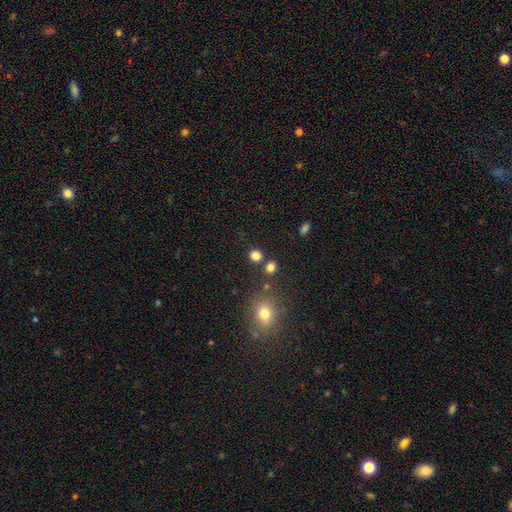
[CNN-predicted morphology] type=smooth (81%); roundness=round (83%); merging=none (79%).